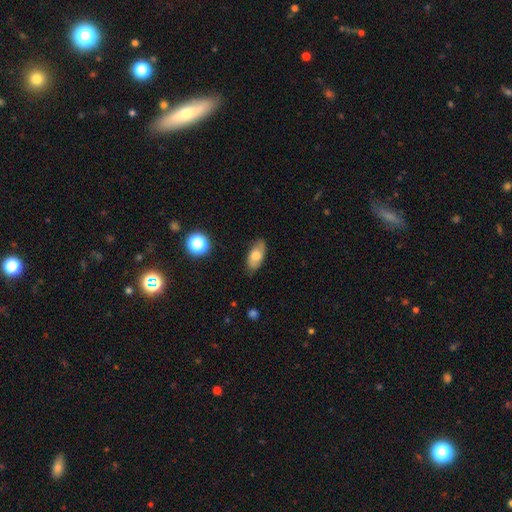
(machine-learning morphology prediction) This appears to be a smooth galaxy with no disk features (64%) that is in between round and cigar-shaped (89%). Merging: none (78%).